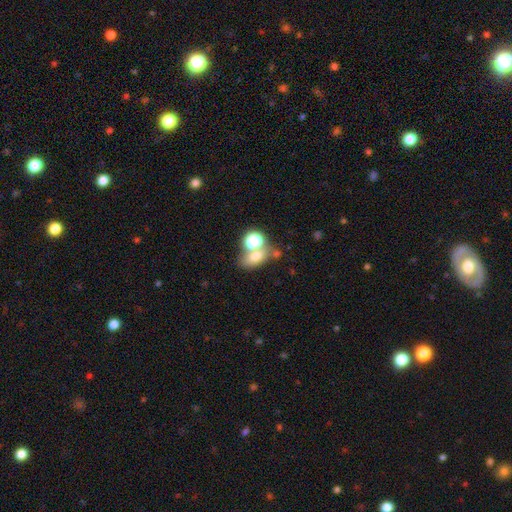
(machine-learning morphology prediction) This appears to be a smooth galaxy with no disk features (67%) that is in between round and cigar-shaped (65%). Merging: none (45%).